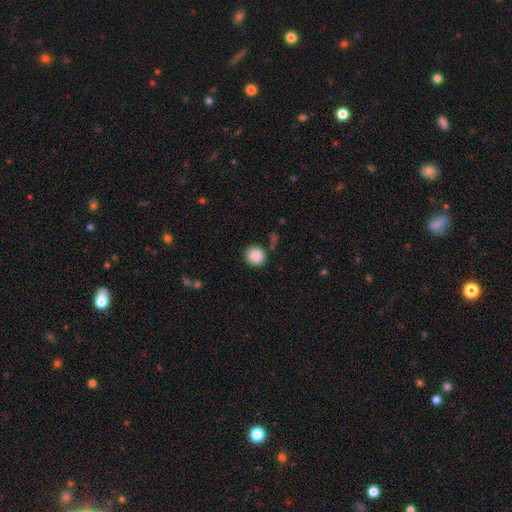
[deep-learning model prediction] This appears to be a smooth galaxy with no disk features (89%) that is round (90%). Merging: none (82%).